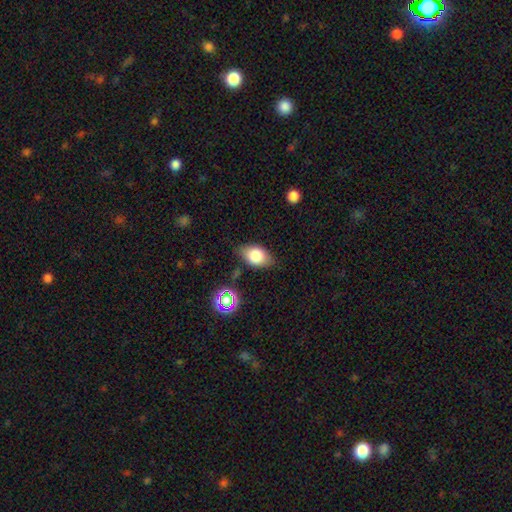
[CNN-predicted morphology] Q: Smooth or featured?
A: smooth (79%); runner-up: featured or disk (12%)
Q: How rounded?
A: in between (87%); runner-up: round (11%)
Q: Merging?
A: none (78%); runner-up: minor disturbance (16%)